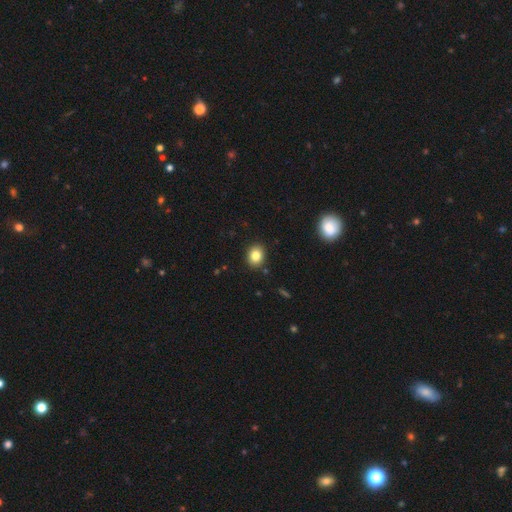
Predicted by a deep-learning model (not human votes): Q: Smooth or featured?
A: smooth (83%); runner-up: star or artifact (10%)
Q: How rounded?
A: round (57%); runner-up: in between (42%)
Q: Merging?
A: none (89%); runner-up: minor disturbance (8%)